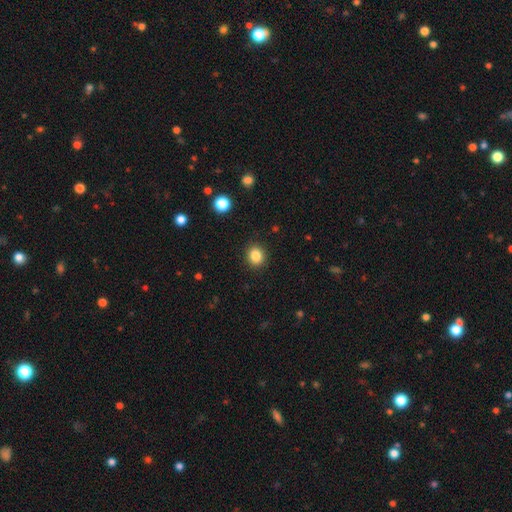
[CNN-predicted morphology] smooth-or-featured: smooth: 85% | star or artifact: 11% | featured or disk: 4%
  how-rounded: round: 76% | in between: 24% | cigar-shaped: 1%
  merging: none: 90% | minor disturbance: 6% | major disturbance: 2% | merger: 1%